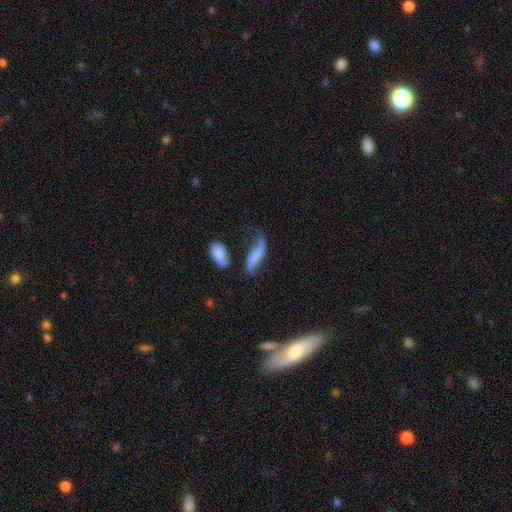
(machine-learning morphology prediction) smooth 53%, featured or disk 38%, star or artifact 9%. Down the decision tree: how rounded — in between (52%); merging — none (33%).